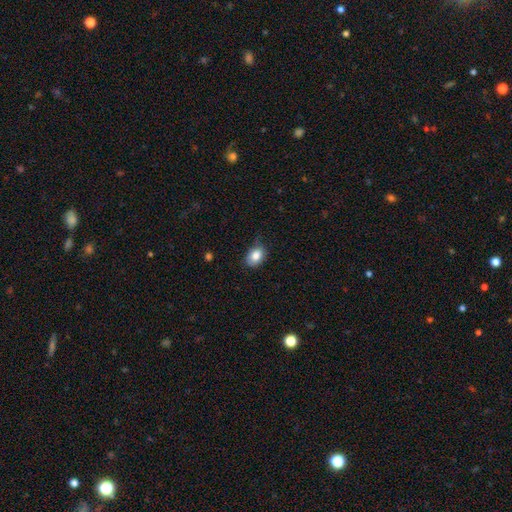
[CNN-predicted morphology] type=smooth (83%); roundness=in between (73%); merging=none (63%).